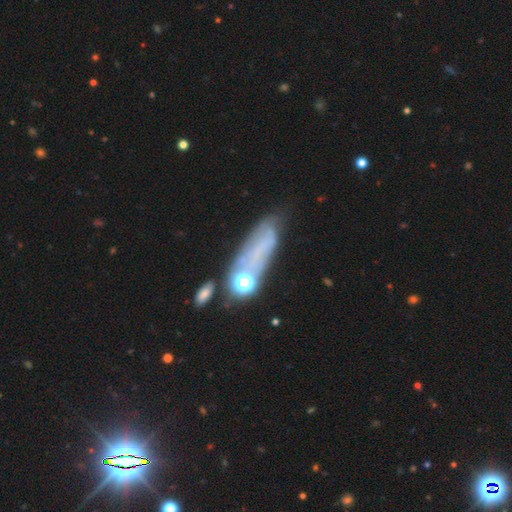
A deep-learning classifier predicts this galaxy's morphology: The model was most divided on "smooth or featured": smooth: 42%, featured or disk: 38%, star or artifact: 20%. Remaining: merging — none (47%).